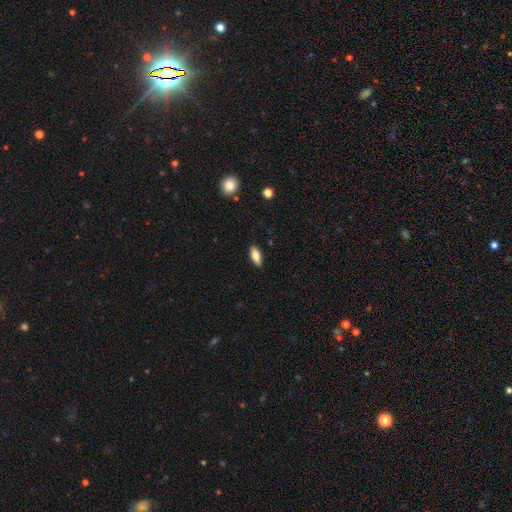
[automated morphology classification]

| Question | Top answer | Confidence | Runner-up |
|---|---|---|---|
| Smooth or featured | smooth | 71% | featured or disk (22%) |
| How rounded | in between | 77% | cigar-shaped (20%) |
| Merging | none | 89% | minor disturbance (9%) |